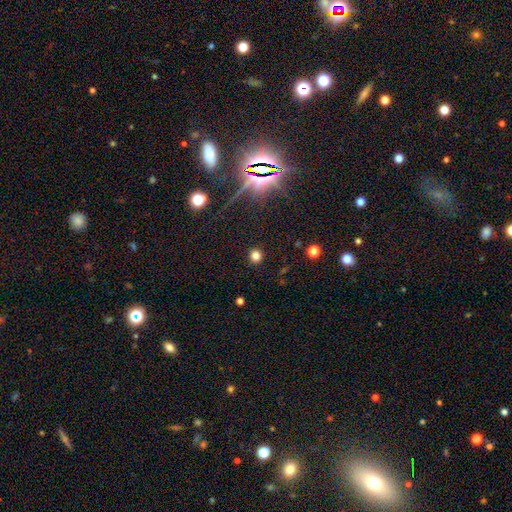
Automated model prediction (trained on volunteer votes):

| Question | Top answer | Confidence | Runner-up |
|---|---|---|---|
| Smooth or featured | smooth | 78% | star or artifact (17%) |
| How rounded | round | 89% | in between (10%) |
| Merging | none | 91% | minor disturbance (5%) |